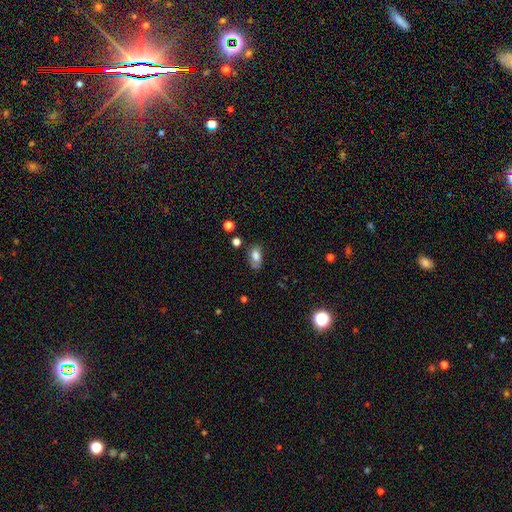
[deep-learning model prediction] Morphology: type=smooth (72%); roundness=in between (89%); merging=none (57%).